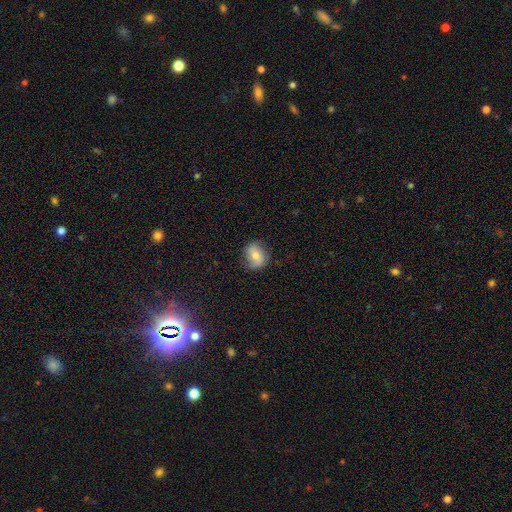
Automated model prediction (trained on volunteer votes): smooth 64%, featured or disk 27%, star or artifact 9%. Down the decision tree: how rounded — round (56%); merging — none (77%).